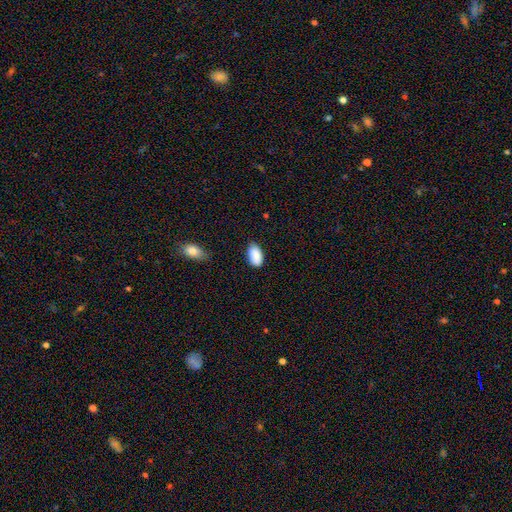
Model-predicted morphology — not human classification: Overall: smooth (88%). How rounded: in between (94%). Merging: none (73%).